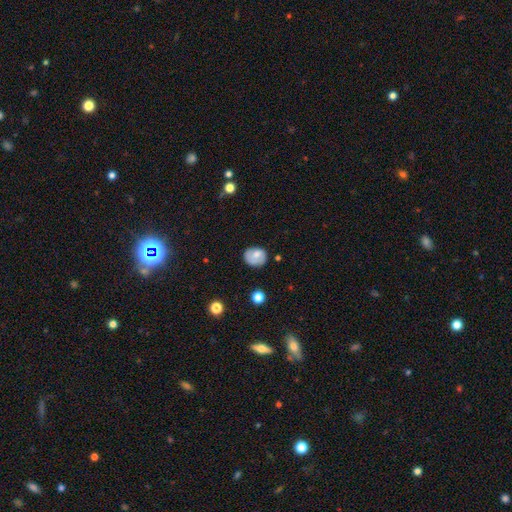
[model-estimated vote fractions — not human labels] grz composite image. It shows a smooth galaxy with no disk features (67%) that is round (64%). Merging: none (68%).